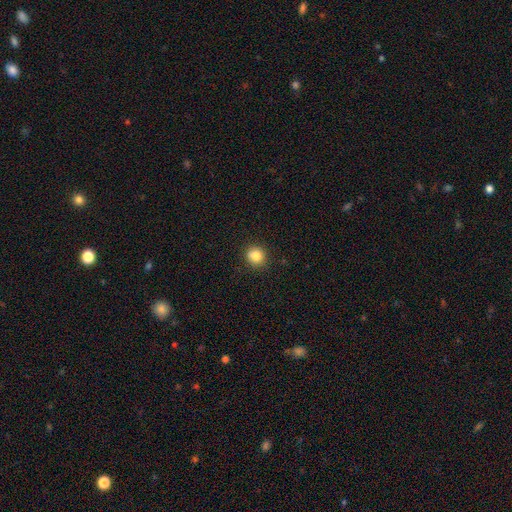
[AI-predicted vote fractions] smooth 84%, star or artifact 11%, featured or disk 6%. Down the decision tree: how rounded — round (88%); merging — none (90%).